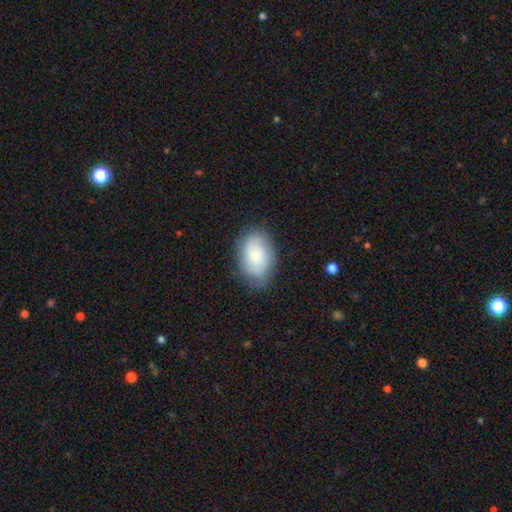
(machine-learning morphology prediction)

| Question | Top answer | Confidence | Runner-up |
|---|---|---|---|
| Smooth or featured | smooth | 76% | featured or disk (17%) |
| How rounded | in between | 86% | round (12%) |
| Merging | none | 74% | minor disturbance (19%) |